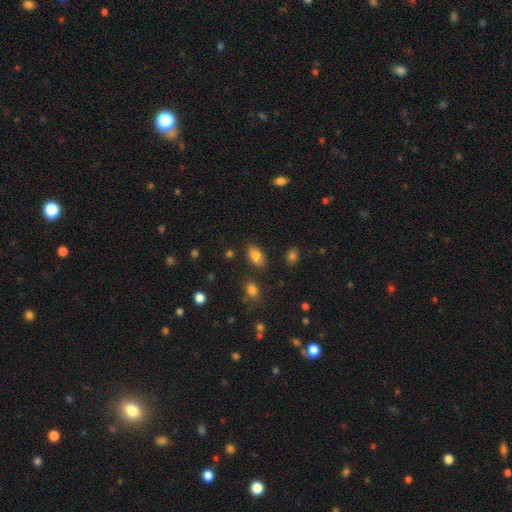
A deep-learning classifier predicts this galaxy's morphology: Smooth or featured? Predicted: smooth (p=0.83). How rounded? Predicted: in between (p=0.91). Merging? Predicted: none (p=0.81).